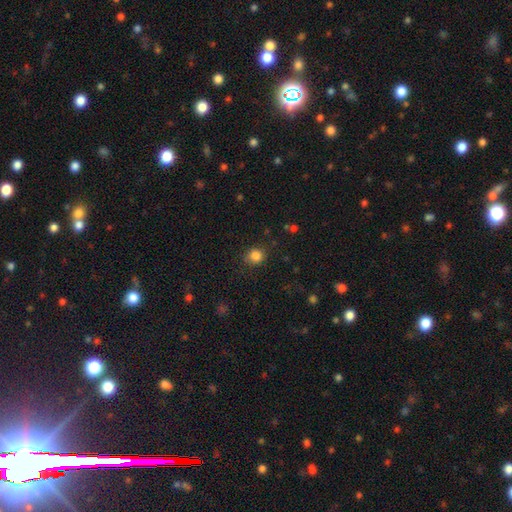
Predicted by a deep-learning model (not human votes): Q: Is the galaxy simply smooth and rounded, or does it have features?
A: smooth — 85%.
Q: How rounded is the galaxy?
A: round — 84%.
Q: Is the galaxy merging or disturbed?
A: none — 81%.